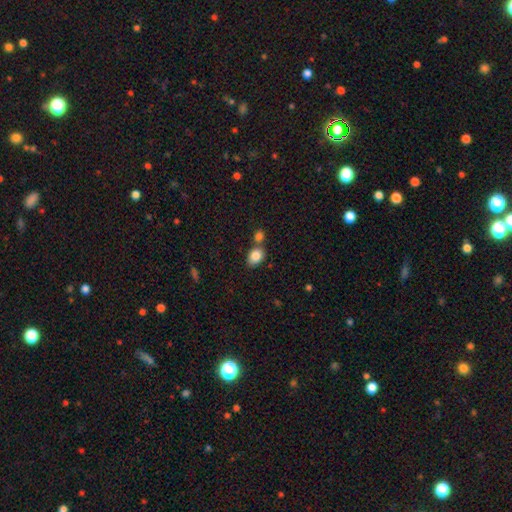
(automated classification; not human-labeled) smooth-or-featured: smooth: 85% | star or artifact: 8% | featured or disk: 7%
  how-rounded: in between: 69% | round: 30% | cigar-shaped: 1%
  merging: none: 55% | merger: 30% | minor disturbance: 11% | major disturbance: 3%